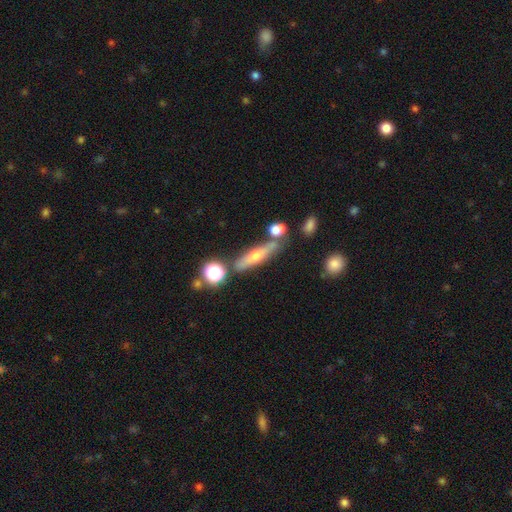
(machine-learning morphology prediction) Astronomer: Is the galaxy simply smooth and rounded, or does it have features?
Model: featured or disk — 53% (runner-up: smooth, 38%).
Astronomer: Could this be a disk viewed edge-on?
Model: yes — 87%.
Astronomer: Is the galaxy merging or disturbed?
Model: none — 71%.